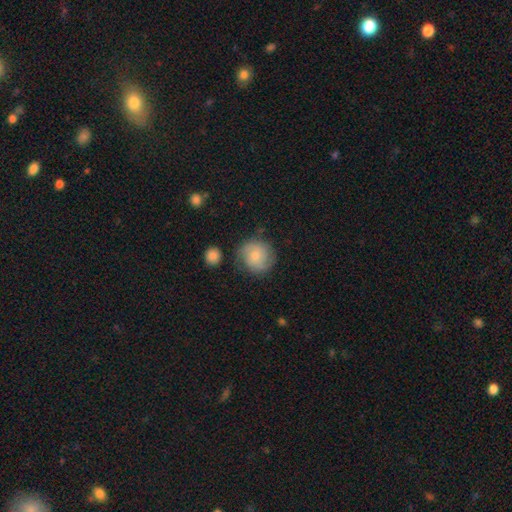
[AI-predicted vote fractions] Morphology: type=smooth (62%); roundness=round (89%); merging=none (74%).